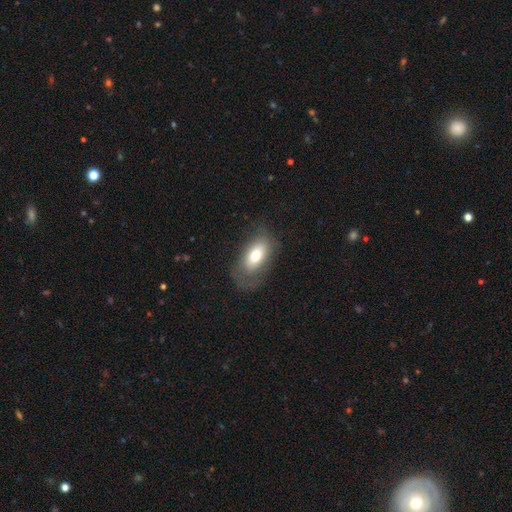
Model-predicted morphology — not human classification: A smooth galaxy with no disk features (68%) that is in between round and cigar-shaped (89%).

Vote fractions:
- Smooth or featured? smooth: 68% / featured or disk: 25% / star or artifact: 7%
- How rounded? in between: 89% / round: 6% / cigar-shaped: 5%
- Merging? none: 59% / minor disturbance: 24% / major disturbance: 16% / merger: 1%